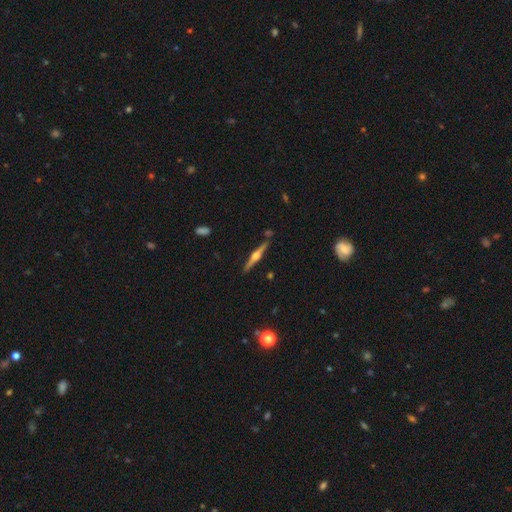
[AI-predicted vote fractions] smooth-or-featured: featured or disk: 80% | smooth: 15% | star or artifact: 5%
  disk-edge-on: yes: 98% | no: 2%
    edge-on-bulge: rounded: 93% | boxy: 4% | none: 2%
  merging: none: 88% | minor disturbance: 8% | merger: 3% | major disturbance: 2%